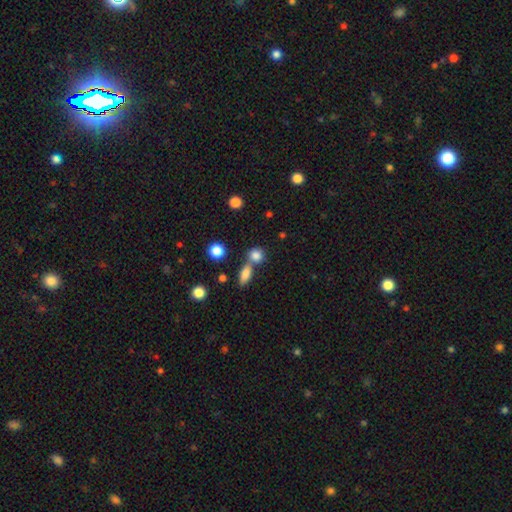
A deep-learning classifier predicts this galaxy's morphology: type=smooth (82%); roundness=round (75%); merging=none (55%).